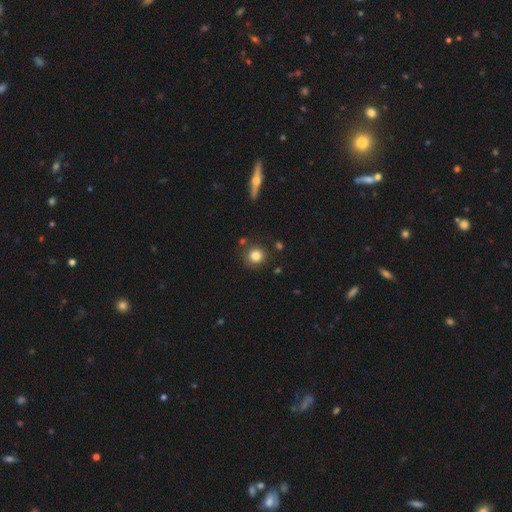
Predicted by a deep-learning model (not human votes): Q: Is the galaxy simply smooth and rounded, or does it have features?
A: smooth — 83%.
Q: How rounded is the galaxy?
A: round — 91%.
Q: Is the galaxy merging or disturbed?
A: none — 83%.